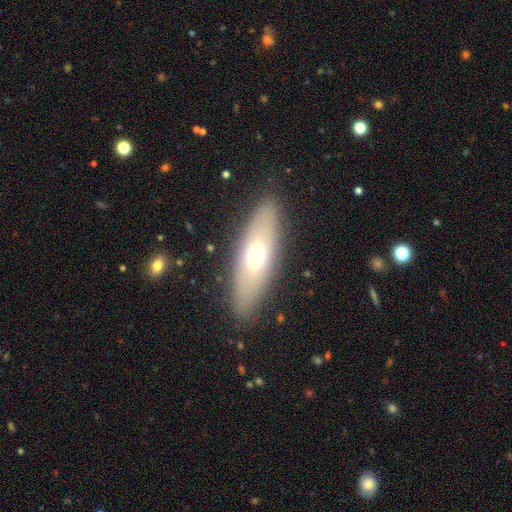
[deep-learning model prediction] Overall: smooth (56%; featured or disk 37%). How rounded: in between (64%; cigar-shaped 33%). Merging: none (86%).